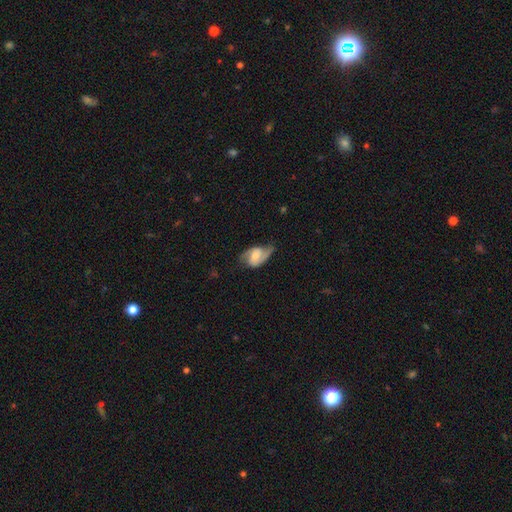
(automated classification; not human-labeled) Overall: featured or disk (73%). Edge-on disk: no (96%). Bar: no (44%; weak 42%). Spiral arms: yes (92%). Spiral arm count: 2 (84%). Spiral winding: medium (42%; loose 40%). Bulge size: moderate (47%; small 40%). Merging: none (59%; minor disturbance 26%).